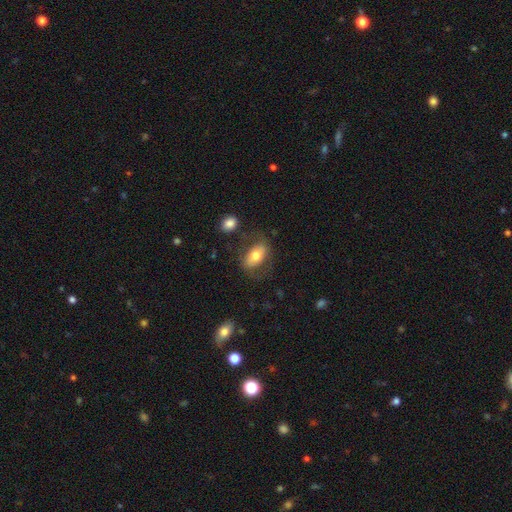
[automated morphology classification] The model was most divided on "smooth or featured": smooth: 62%, featured or disk: 31%, star or artifact: 7%. More confident: how rounded — in between (90%); merging — none (66%).